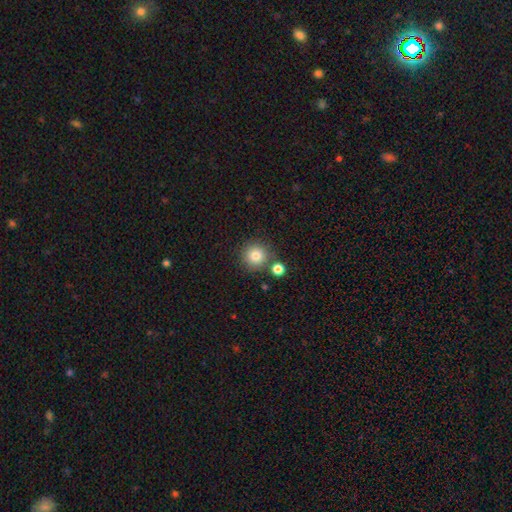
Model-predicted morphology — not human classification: This appears to be a smooth galaxy with no disk features (82%) that is round (95%). Merging: none (80%).